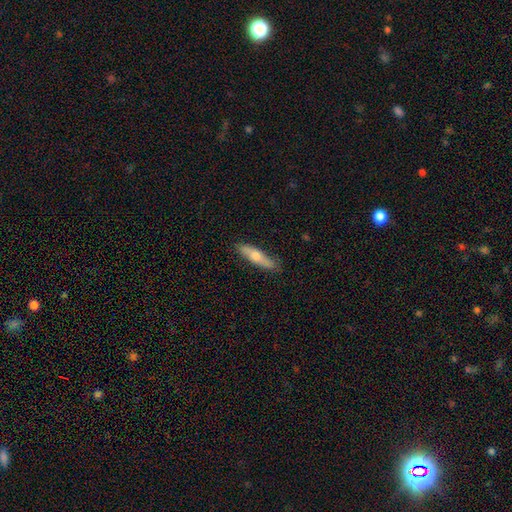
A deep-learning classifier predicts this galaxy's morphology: type=smooth (59%); roundness=cigar-shaped (74%); merging=none (85%).